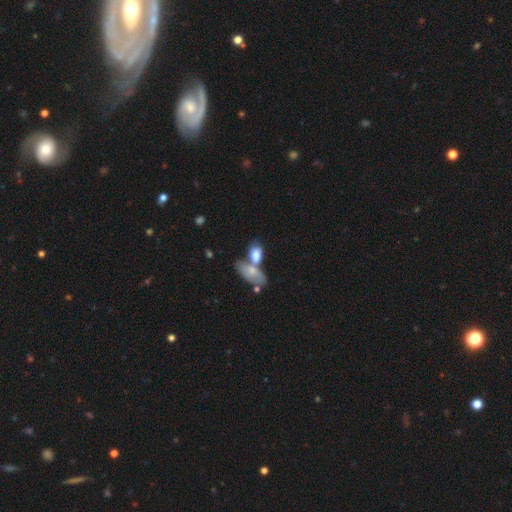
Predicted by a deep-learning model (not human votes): The model was most divided on "merging": merger: 51%, none: 31%, minor disturbance: 12%, major disturbance: 6%. More confident: how rounded — in between (84%); smooth or featured — smooth (75%).